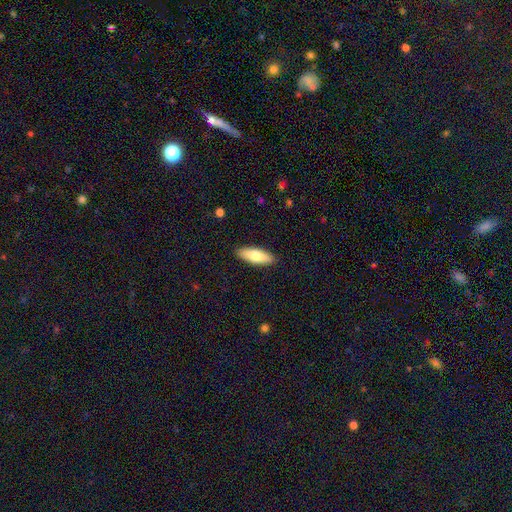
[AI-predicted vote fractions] Smooth or featured? Predicted: smooth (p=0.75). How rounded? Predicted: in between (p=0.64). Merging? Predicted: none (p=0.90).